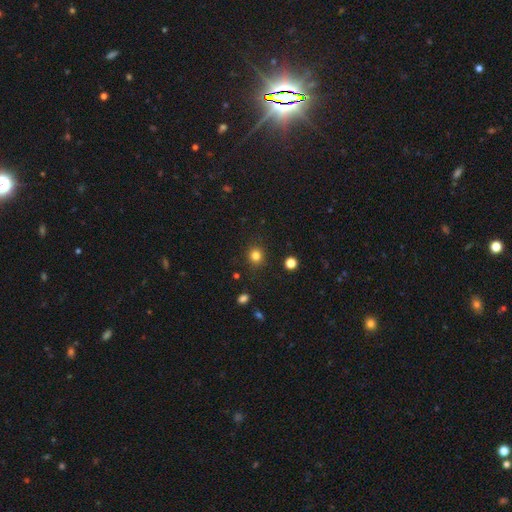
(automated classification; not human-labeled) Overall: smooth (81%). How rounded: round (87%). Merging: none (89%).